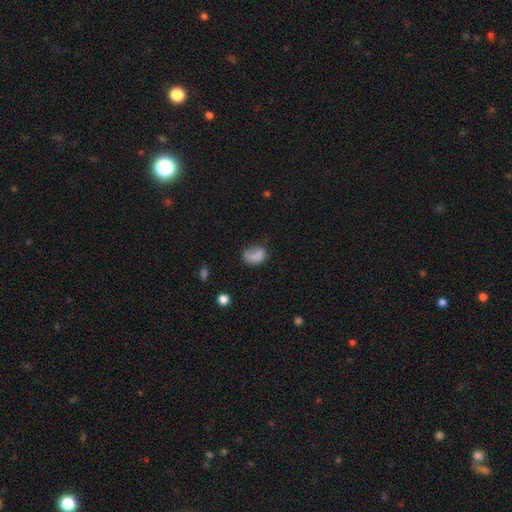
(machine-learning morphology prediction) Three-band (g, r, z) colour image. It shows a smooth galaxy with no disk features (76%) that is in between round and cigar-shaped (79%). Merging: none (44%).